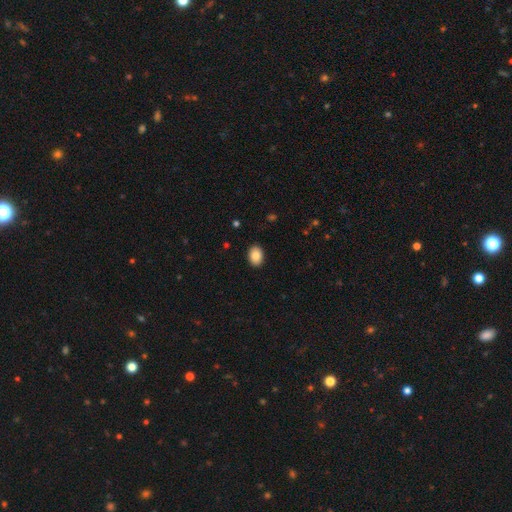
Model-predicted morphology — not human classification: smooth_or_featured: smooth (p=0.87) [alt: star or artifact p=0.08]
how_rounded: in between (p=0.75) [alt: round p=0.24]
merging: none (p=0.90) [alt: minor disturbance p=0.07]